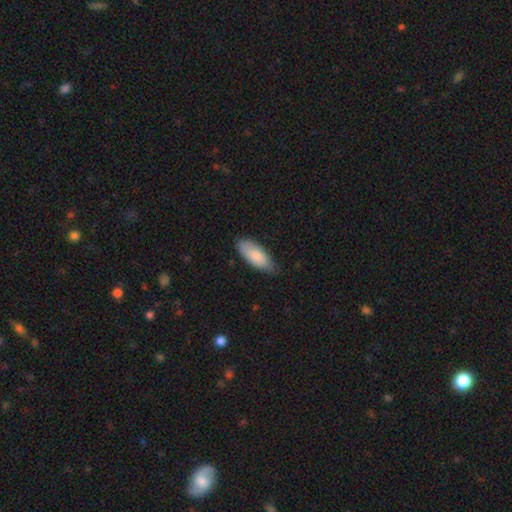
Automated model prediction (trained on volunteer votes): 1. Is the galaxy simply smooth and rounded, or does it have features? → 84% smooth, 11% featured or disk, 5% star or artifact.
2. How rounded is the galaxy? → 84% in between, 15% cigar-shaped, 2% round.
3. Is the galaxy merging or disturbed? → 71% none, 25% minor disturbance, 3% major disturbance, 1% merger.